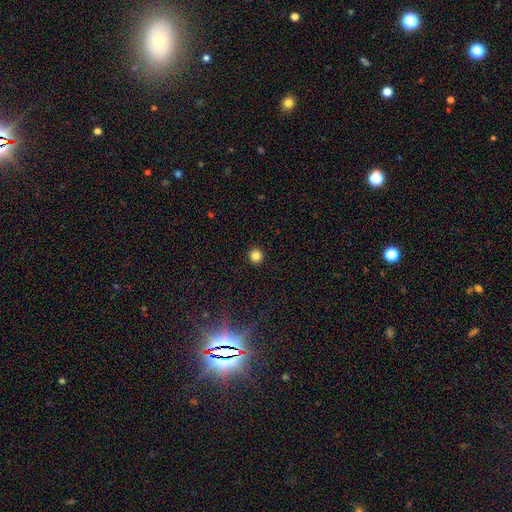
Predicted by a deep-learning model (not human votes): This is clearly a smooth galaxy (84%). How rounded: clearly round (95%). Merging: clearly none (93%).